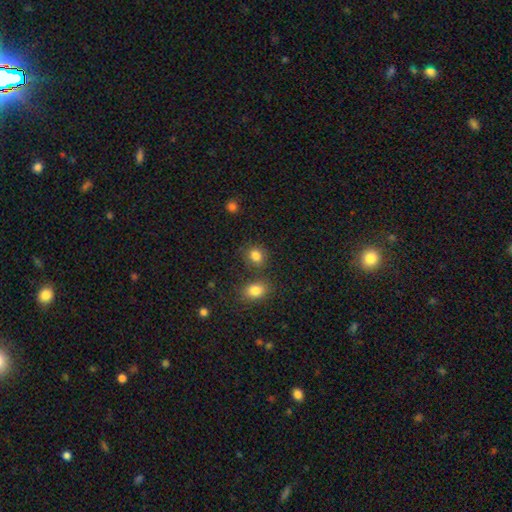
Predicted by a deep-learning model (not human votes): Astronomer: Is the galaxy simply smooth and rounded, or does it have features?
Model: smooth — 83%.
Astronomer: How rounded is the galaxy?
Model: round — 53% (runner-up: in between, 46%).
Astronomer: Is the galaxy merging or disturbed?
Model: none — 70%.